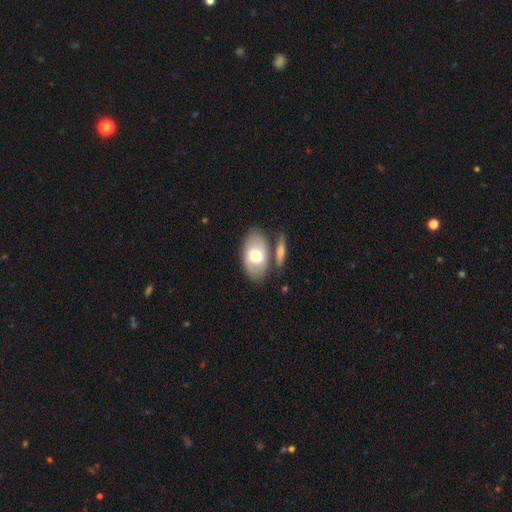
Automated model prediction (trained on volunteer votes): A smooth galaxy with no disk features (64%) that is in between round and cigar-shaped (92%).

Vote fractions:
- Smooth or featured? smooth: 64% / featured or disk: 31% / star or artifact: 5%
- How rounded? in between: 92% / round: 6% / cigar-shaped: 2%
- Merging? none: 62% / merger: 19% / minor disturbance: 15% / major disturbance: 5%